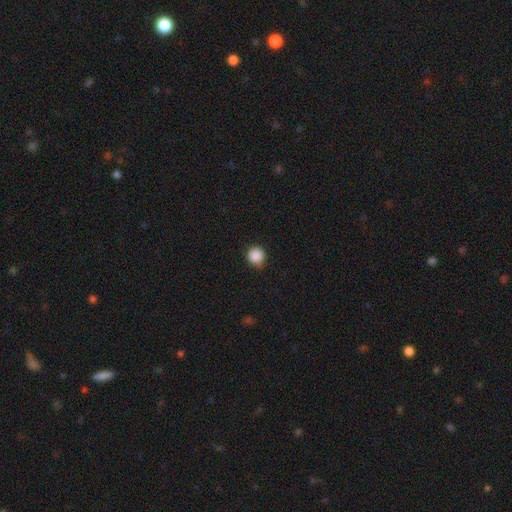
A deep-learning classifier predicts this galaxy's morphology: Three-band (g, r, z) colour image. It shows a smooth galaxy with no disk features (89%) that is round (94%). Merging: none (88%).